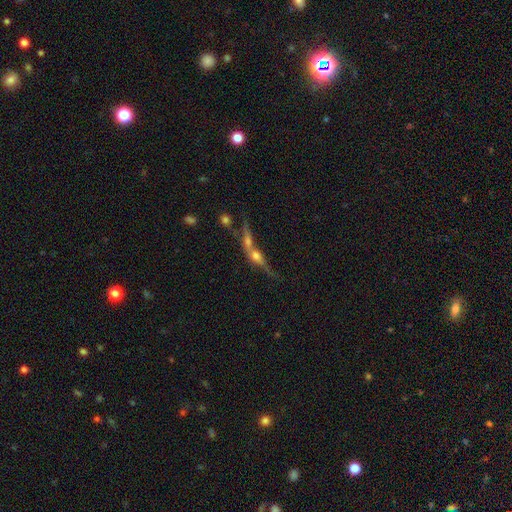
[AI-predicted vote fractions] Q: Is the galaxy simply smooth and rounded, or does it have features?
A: featured or disk — 52%.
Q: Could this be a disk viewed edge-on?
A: yes — 62%.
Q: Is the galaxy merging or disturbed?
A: merger — 61%.